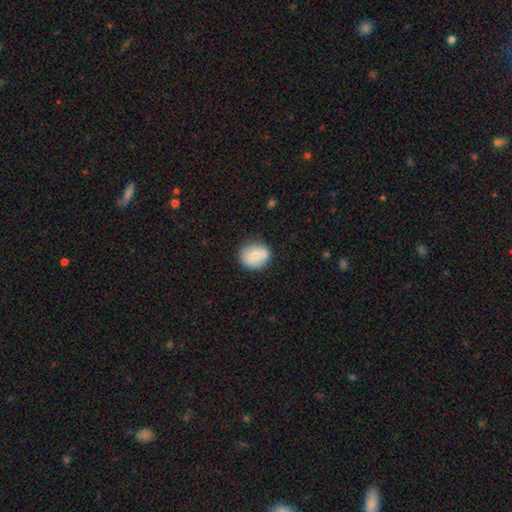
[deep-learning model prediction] Morphology: type=smooth (68%); roundness=round (73%); merging=none (78%).